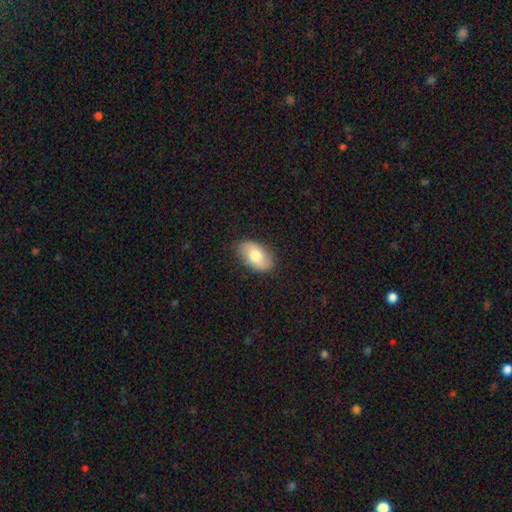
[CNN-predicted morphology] smooth-or-featured: smooth: 71% | featured or disk: 23% | star or artifact: 6%
  how-rounded: in between: 93% | round: 5% | cigar-shaped: 2%
  merging: none: 83% | minor disturbance: 13% | major disturbance: 3% | merger: 1%